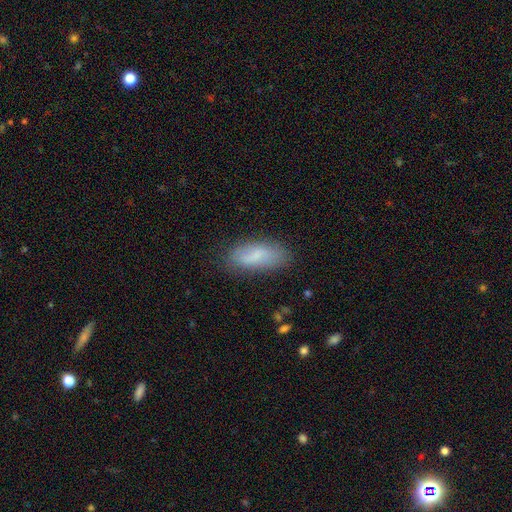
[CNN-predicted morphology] Smooth or featured? smooth (76%)
How rounded? in between (77%)
Merging? none (76%)